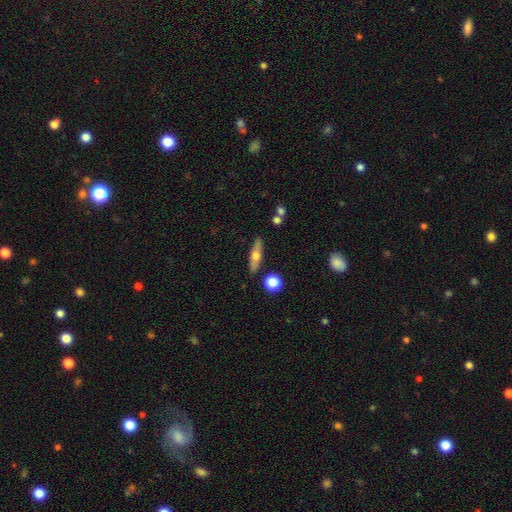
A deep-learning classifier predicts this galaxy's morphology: smooth-or-featured: smooth: 51% | featured or disk: 42% | star or artifact: 7%
  how-rounded: cigar-shaped: 63% | in between: 33% | round: 5%
  merging: none: 84% | minor disturbance: 10% | merger: 4% | major disturbance: 2%